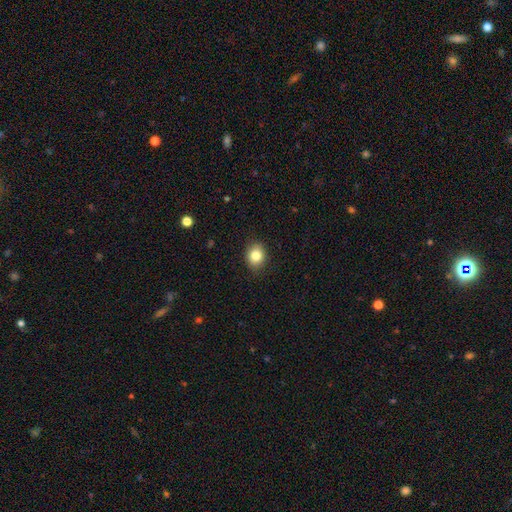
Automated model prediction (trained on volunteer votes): A smooth galaxy with no disk features (83%) that is round (57%). Merging: none (87%).